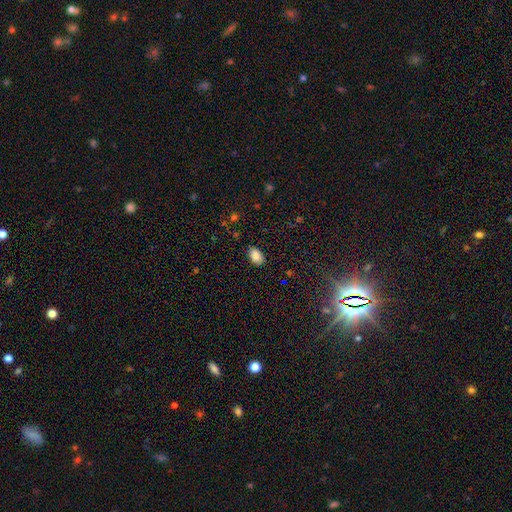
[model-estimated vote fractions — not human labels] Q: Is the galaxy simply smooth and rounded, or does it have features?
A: smooth — 87%.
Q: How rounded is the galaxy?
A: in between — 86%.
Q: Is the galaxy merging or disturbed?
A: none — 85%.